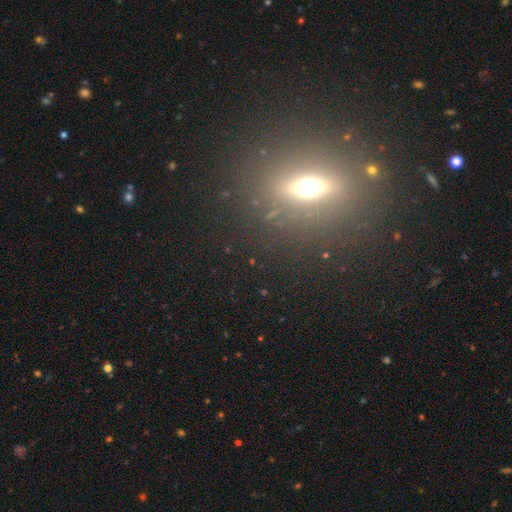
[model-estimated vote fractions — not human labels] A featured or disk galaxy (41%).

Vote fractions:
- Smooth or featured? featured or disk: 41% / smooth: 33% / star or artifact: 26%
- Merging? none: 88% / minor disturbance: 7% / major disturbance: 4% / merger: 2%